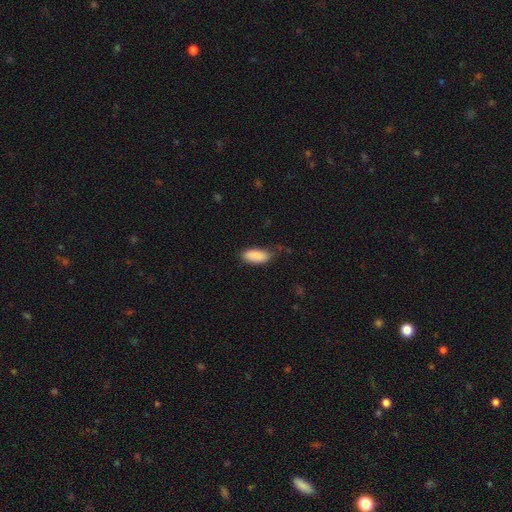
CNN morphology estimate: This is clearly a smooth galaxy (89%). How rounded: clearly in between (87%). Merging: likely none (66%).